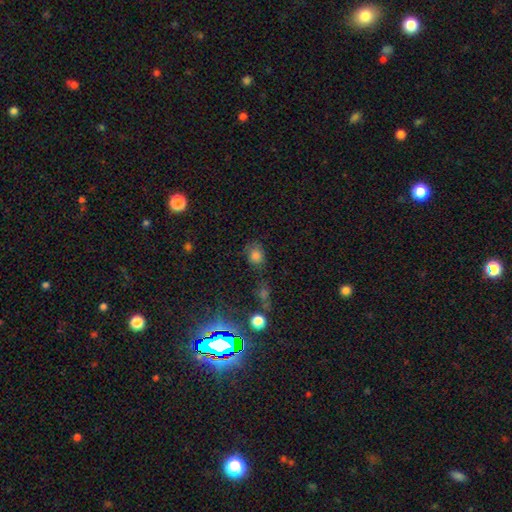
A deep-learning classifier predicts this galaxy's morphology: Q: Smooth or featured?
A: smooth (75%); runner-up: star or artifact (17%)
Q: How rounded?
A: round (56%); runner-up: in between (43%)
Q: Merging?
A: none (64%); runner-up: minor disturbance (21%)